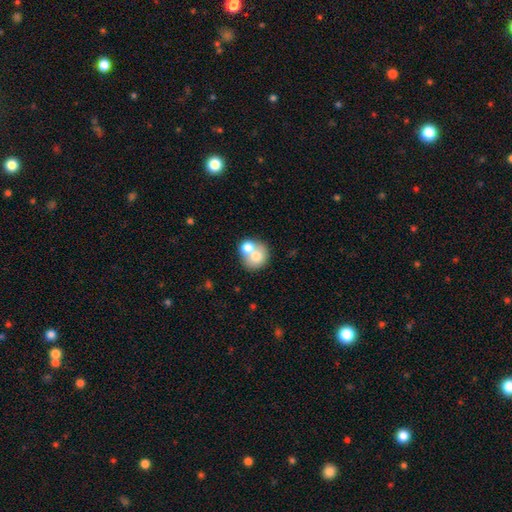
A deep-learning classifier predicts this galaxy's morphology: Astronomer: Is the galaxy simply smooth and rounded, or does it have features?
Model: smooth — 70%.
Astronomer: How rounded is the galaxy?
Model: round — 76%.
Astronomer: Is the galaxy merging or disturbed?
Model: merger — 56% (runner-up: none, 34%).